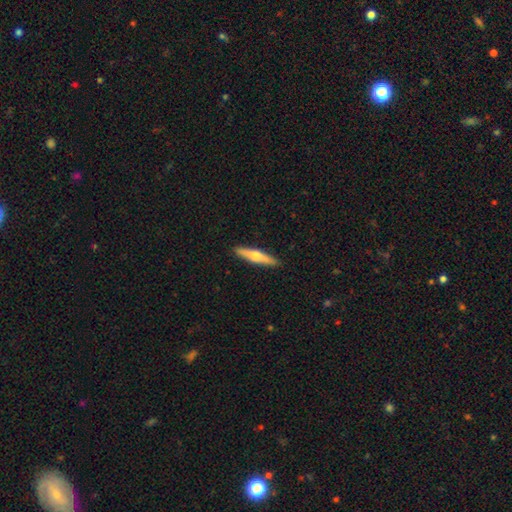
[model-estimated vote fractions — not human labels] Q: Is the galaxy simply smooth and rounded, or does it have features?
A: featured or disk — 49%.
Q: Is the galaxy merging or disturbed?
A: none — 91%.